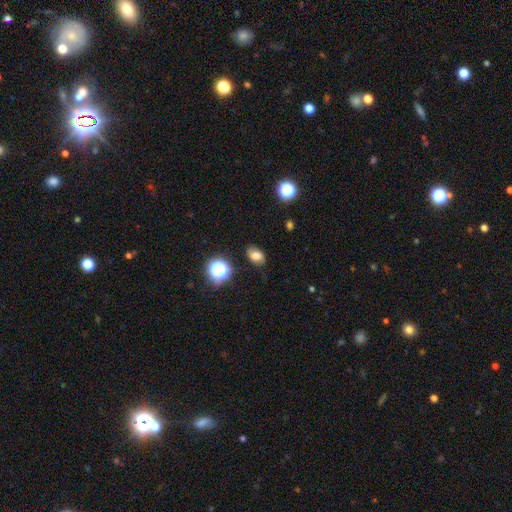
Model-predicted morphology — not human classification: This appears to be a smooth galaxy with no disk features (68%) that is in between round and cigar-shaped (79%). Merging: none (80%).